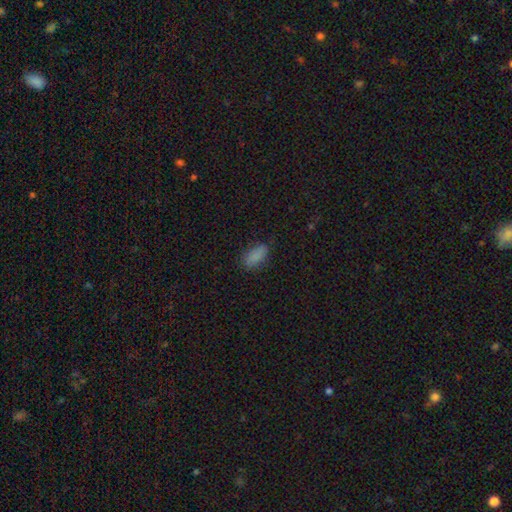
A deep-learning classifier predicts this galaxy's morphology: smooth_or_featured: smooth (p=0.85) [alt: star or artifact p=0.10]
how_rounded: in between (p=0.87) [alt: cigar-shaped p=0.10]
merging: none (p=0.74) [alt: minor disturbance p=0.19]